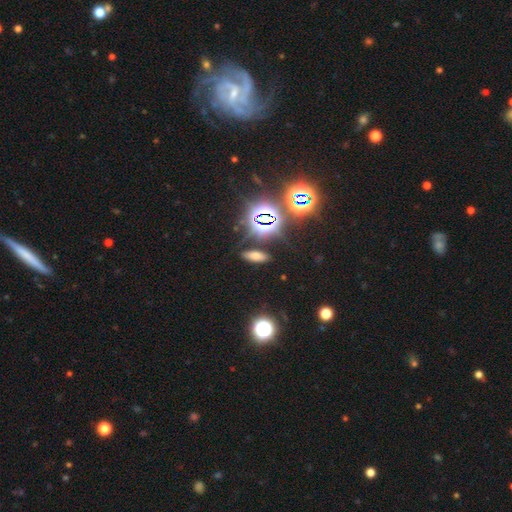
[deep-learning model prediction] This appears to be a smooth galaxy with no disk features (55%) that is in between round and cigar-shaped (66%). Merging: none (84%).